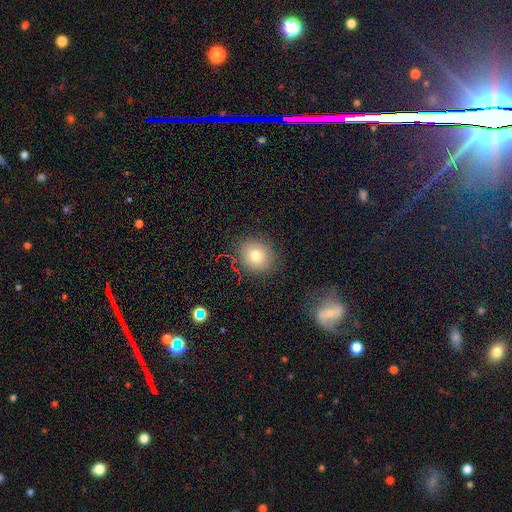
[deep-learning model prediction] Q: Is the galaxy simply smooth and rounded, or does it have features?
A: smooth — 76%.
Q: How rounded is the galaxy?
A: round — 79%.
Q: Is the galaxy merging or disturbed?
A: none — 85%.